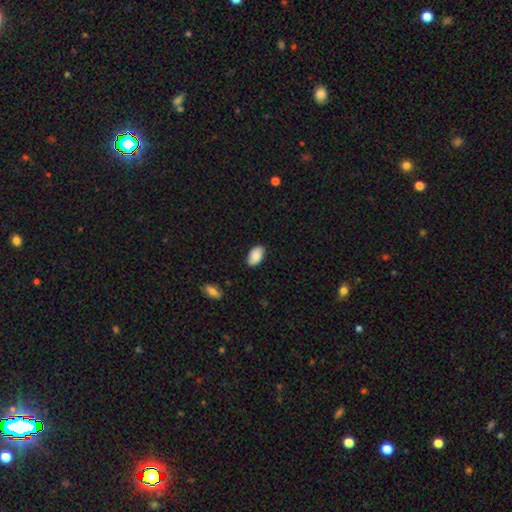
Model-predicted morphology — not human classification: Smooth or featured?
  - smooth: 87% *
  - featured or disk: 7%
  - star or artifact: 6%
How rounded?
  - in between: 95% *
  - round: 4%
  - cigar-shaped: 2%
Merging?
  - none: 86% *
  - minor disturbance: 11%
  - major disturbance: 2%
  - merger: 1%